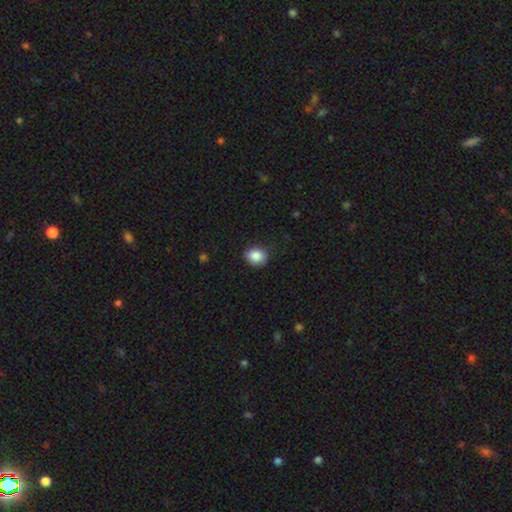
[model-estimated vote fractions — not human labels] This is clearly a smooth galaxy (87%). How rounded: possibly round (59%). Merging: likely none (75%).